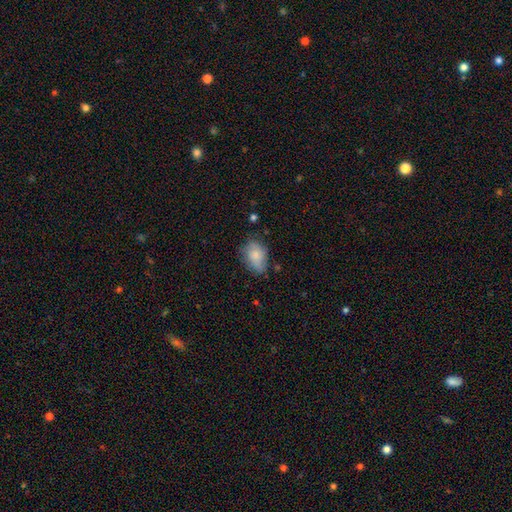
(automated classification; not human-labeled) Morphology: type=smooth (79%); roundness=in between (82%); merging=none (63%).